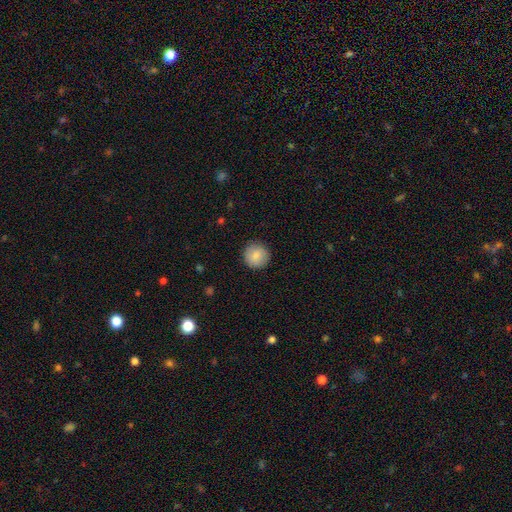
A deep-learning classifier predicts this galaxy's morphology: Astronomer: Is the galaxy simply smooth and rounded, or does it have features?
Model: smooth — 84%.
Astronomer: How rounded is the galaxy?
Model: round — 94%.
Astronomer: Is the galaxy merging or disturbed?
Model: none — 89%.